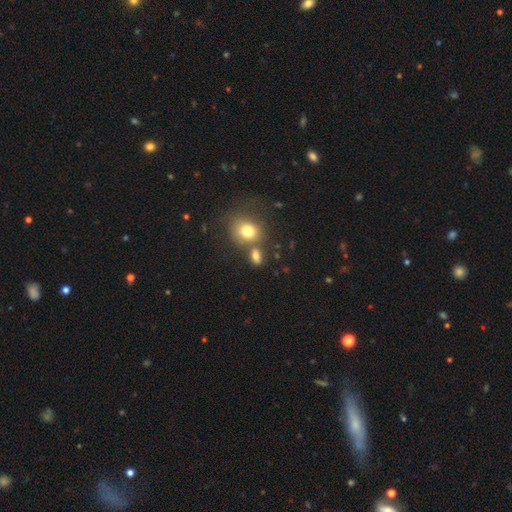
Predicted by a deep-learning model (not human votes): Overall: smooth (79%). How rounded: in between (68%). Merging: none (55%; merger 28%).